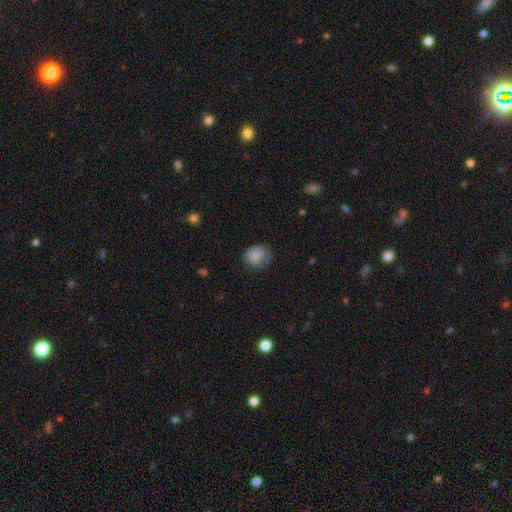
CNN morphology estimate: A smooth galaxy with no disk features (85%) that is round (70%).

Vote fractions:
- Smooth or featured? smooth: 85% / star or artifact: 8% / featured or disk: 7%
- How rounded? round: 70% / in between: 29% / cigar-shaped: 1%
- Merging? none: 70% / minor disturbance: 23% / major disturbance: 6% / merger: 1%